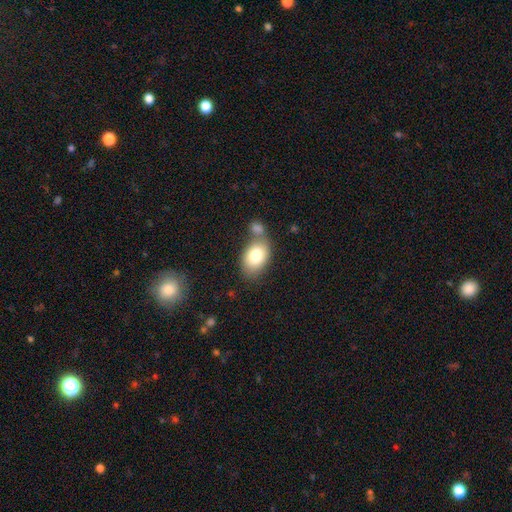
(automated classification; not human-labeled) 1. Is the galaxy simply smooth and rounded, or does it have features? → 81% smooth, 12% featured or disk, 7% star or artifact.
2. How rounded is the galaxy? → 83% in between, 15% round, 1% cigar-shaped.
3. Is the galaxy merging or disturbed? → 49% none, 29% merger, 16% minor disturbance, 6% major disturbance.